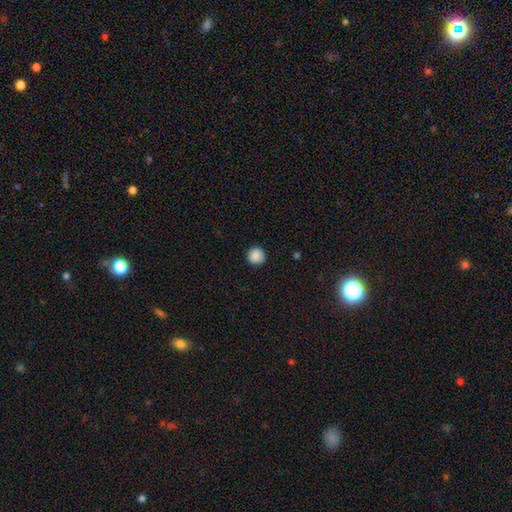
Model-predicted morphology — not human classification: Smooth or featured: smooth — 88% (star or artifact — 9%)
How rounded: round — 95% (in between — 4%)
Merging: none — 91% (minor disturbance — 6%)